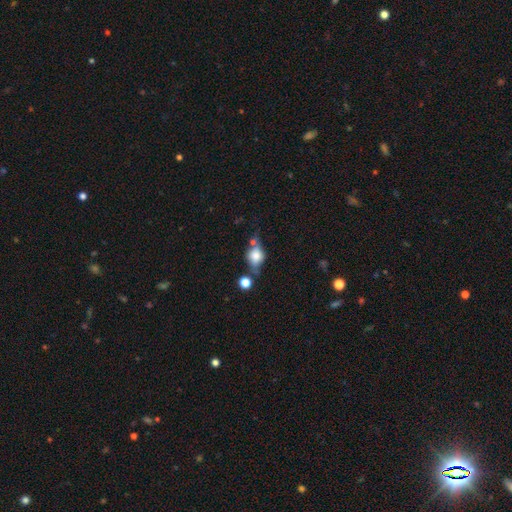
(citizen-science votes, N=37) Smooth or featured? 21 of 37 (57%) said smooth. How rounded? 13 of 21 (62%) said in between. Merging? 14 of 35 (40%) said none.